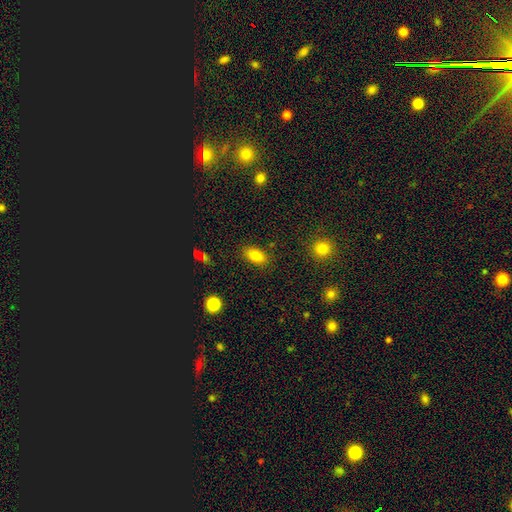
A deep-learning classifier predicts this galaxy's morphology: Smooth or featured: smooth — 82% (star or artifact — 9%)
How rounded: in between — 88% (round — 9%)
Merging: none — 85% (minor disturbance — 10%)